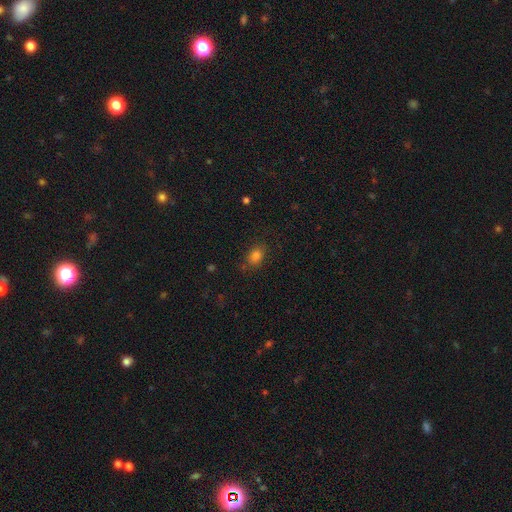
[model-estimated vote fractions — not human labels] A smooth galaxy with no disk features (80%) that is in between round and cigar-shaped (68%).

Vote fractions:
- Smooth or featured? smooth: 80% / star or artifact: 13% / featured or disk: 7%
- How rounded? in between: 68% / round: 30% / cigar-shaped: 1%
- Merging? none: 80% / minor disturbance: 14% / major disturbance: 4% / merger: 2%